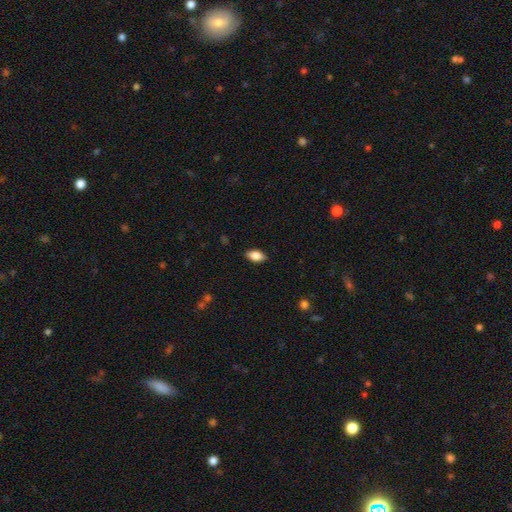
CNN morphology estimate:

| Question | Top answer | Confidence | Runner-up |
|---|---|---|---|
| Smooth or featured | smooth | 81% | featured or disk (12%) |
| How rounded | in between | 90% | cigar-shaped (6%) |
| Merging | none | 87% | minor disturbance (10%) |